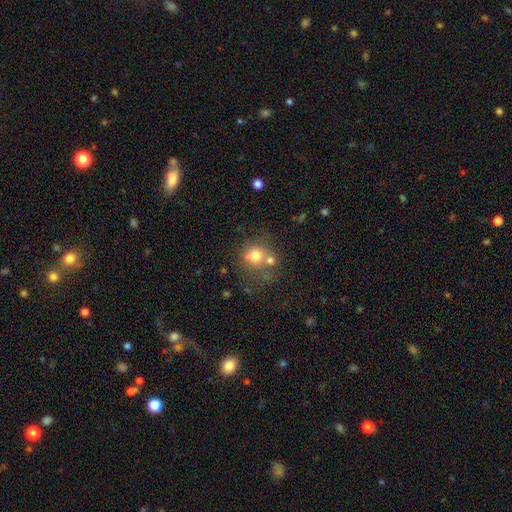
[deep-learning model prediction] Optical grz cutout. It shows a smooth galaxy with no disk features (72%) that is round (84%). Merging: none (53%).